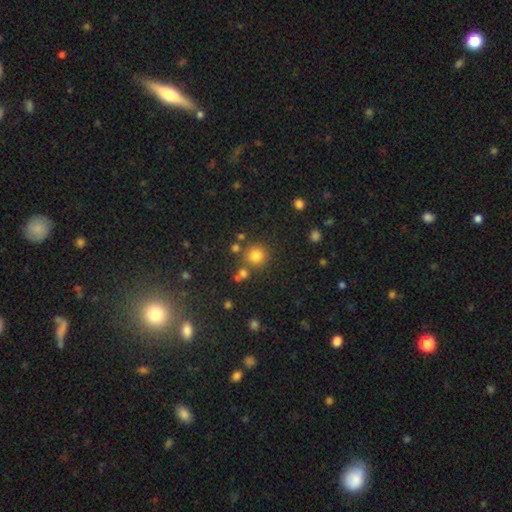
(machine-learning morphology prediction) type=smooth (78%); roundness=round (92%); merging=none (77%).